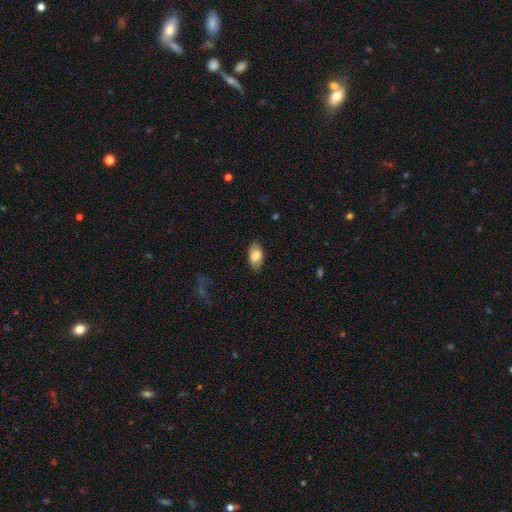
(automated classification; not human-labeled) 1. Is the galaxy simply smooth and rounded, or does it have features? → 81% smooth, 12% featured or disk, 6% star or artifact.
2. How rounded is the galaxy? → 93% in between, 4% round, 2% cigar-shaped.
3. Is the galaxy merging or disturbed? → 82% none, 14% minor disturbance, 3% major disturbance, 1% merger.